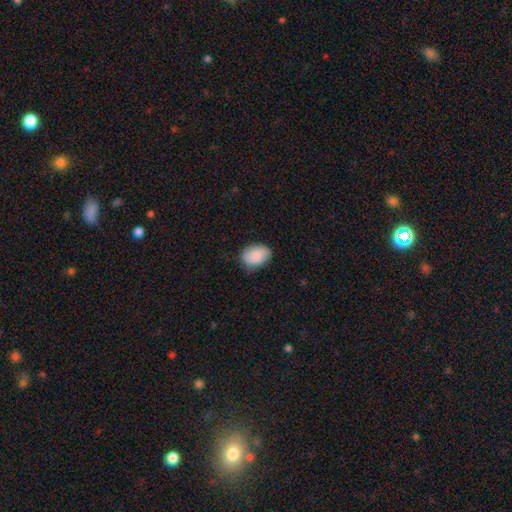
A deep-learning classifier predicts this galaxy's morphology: type=smooth (74%); roundness=in between (67%); merging=none (77%).